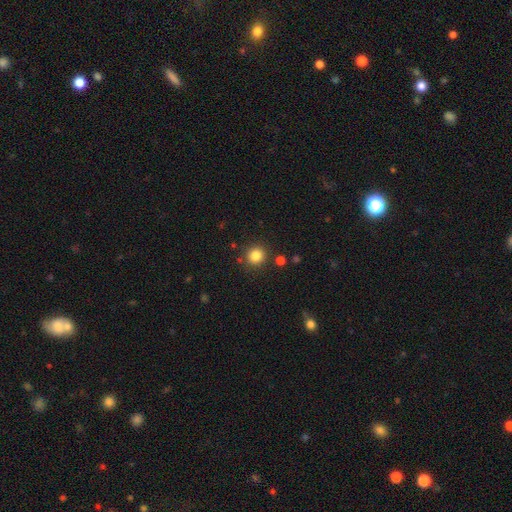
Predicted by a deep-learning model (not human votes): smooth 83%, star or artifact 12%, featured or disk 5%. Down the decision tree: how rounded — round (89%); merging — none (86%).